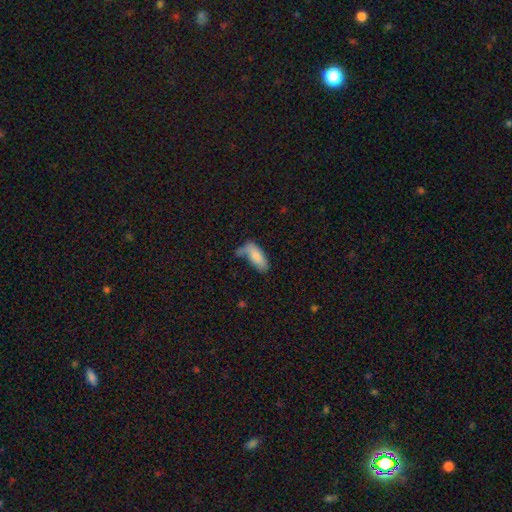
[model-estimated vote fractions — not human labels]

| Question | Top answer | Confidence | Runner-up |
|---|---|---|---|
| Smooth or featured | smooth | 79% | featured or disk (14%) |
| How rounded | in between | 79% | cigar-shaped (19%) |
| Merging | none | 42% | minor disturbance (28%) |